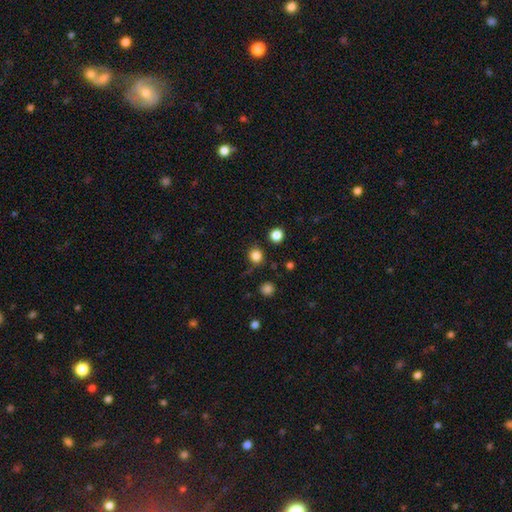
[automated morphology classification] Overall: smooth (82%). How rounded: round (86%). Merging: none (83%).